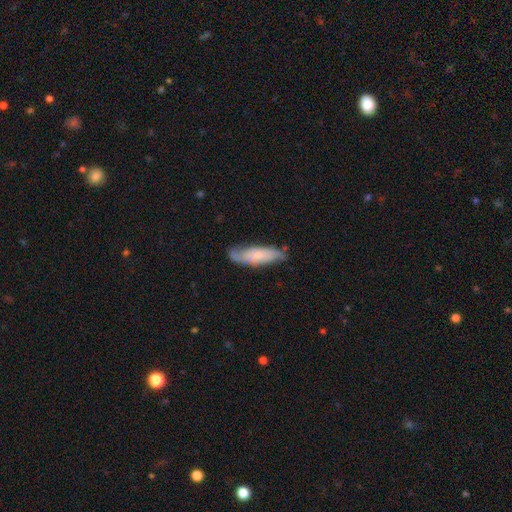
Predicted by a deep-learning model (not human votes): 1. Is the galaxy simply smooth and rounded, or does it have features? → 56% smooth, 38% featured or disk, 6% star or artifact.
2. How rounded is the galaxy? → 57% cigar-shaped, 42% in between, 2% round.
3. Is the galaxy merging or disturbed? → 69% none, 23% minor disturbance, 5% major disturbance, 2% merger.